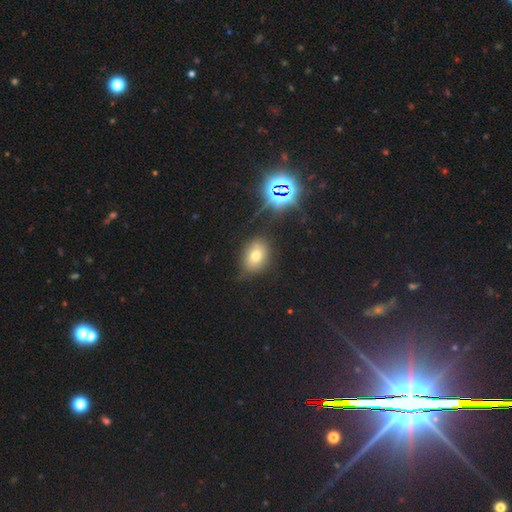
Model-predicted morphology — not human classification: smooth_or_featured: smooth (p=0.64) [alt: star or artifact p=0.23]
how_rounded: in between (p=0.67) [alt: round p=0.31]
merging: none (p=0.74) [alt: minor disturbance p=0.18]